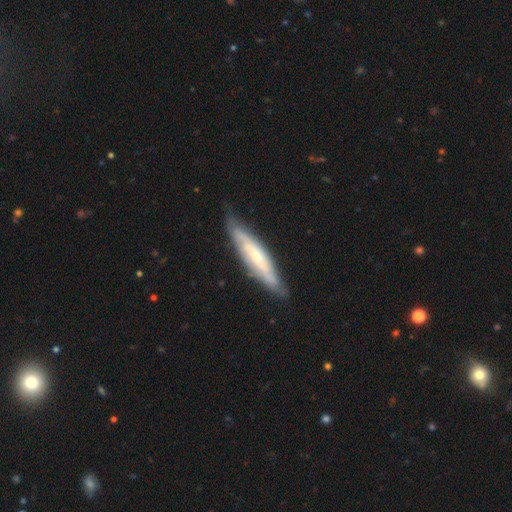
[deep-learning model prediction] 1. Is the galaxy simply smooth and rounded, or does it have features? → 62% featured or disk, 32% smooth, 6% star or artifact.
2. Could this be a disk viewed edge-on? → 60% yes, 40% no.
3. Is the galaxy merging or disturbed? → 75% none, 20% minor disturbance, 4% major disturbance, 2% merger.